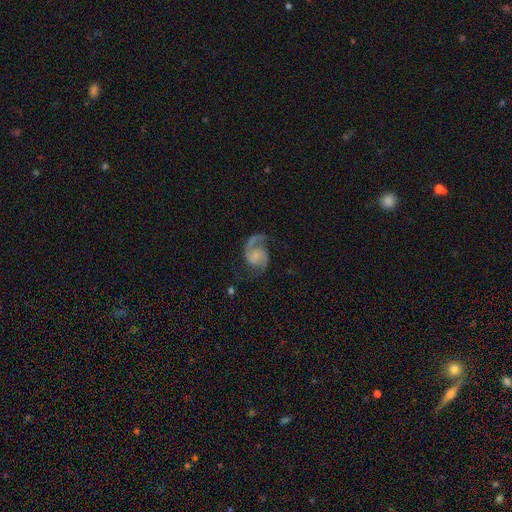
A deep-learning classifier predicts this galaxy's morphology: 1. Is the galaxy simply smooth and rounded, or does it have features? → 89% featured or disk, 6% smooth, 5% star or artifact.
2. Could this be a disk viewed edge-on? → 98% no, 2% yes.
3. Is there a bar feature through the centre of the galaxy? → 67% no, 28% weak, 5% strong.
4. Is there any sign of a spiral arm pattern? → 98% yes, 2% no.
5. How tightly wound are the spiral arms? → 53% medium, 33% loose, 14% tight.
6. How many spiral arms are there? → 90% 2, 5% 1, 2% can't tell, 1% 3, 1% 4, 1% more than 4.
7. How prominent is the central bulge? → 49% small, 27% none, 18% moderate, 4% large, 2% dominant.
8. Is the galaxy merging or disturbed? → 71% none, 16% minor disturbance, 12% major disturbance, 2% merger.